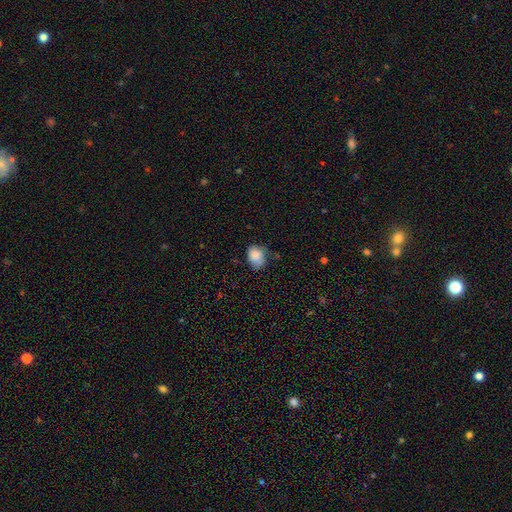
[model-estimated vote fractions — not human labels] A smooth galaxy with no disk features (85%) that is in between round and cigar-shaped (57%). Merging: none (55%).